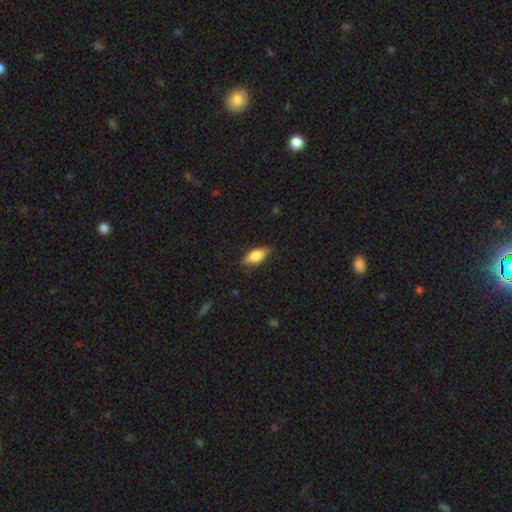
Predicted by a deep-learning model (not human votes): The model was most divided on "smooth or featured": smooth: 75%, featured or disk: 18%, star or artifact: 7%. More confident: merging — none (80%); how rounded — in between (80%).